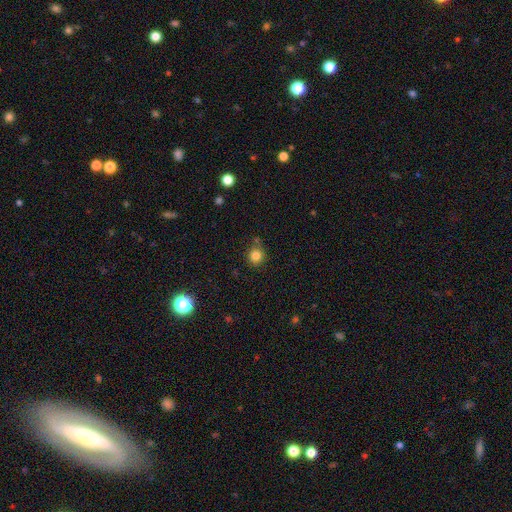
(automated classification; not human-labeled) Smooth or featured? smooth (83%)
How rounded? round (89%)
Merging? none (76%)